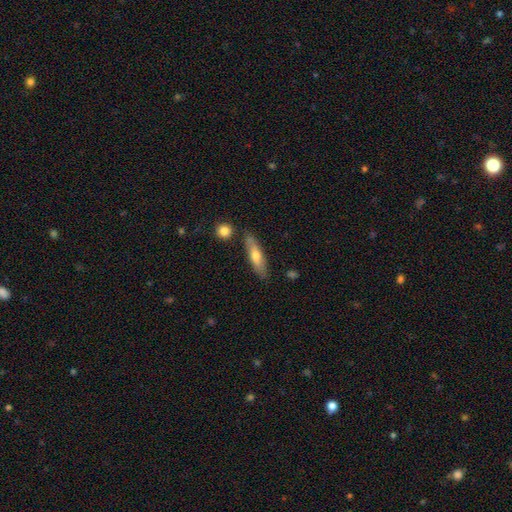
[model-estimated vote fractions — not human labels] A smooth galaxy with no disk features (56%) that is cigar-shaped (67%).

Vote fractions:
- Smooth or featured? smooth: 56% / featured or disk: 37% / star or artifact: 6%
- How rounded? cigar-shaped: 67% / in between: 31% / round: 2%
- Merging? none: 77% / minor disturbance: 14% / merger: 6% / major disturbance: 3%